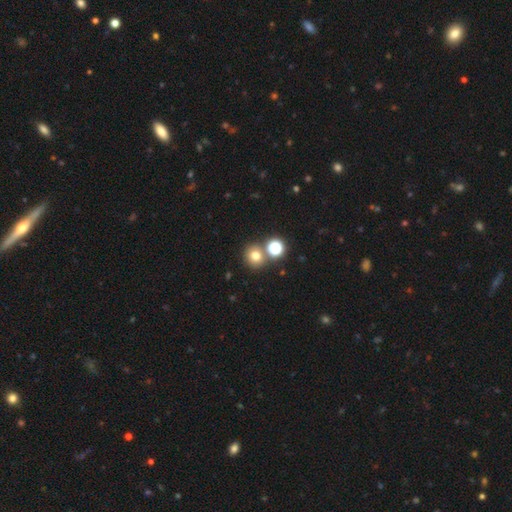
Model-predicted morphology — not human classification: Overall: smooth (73%). How rounded: round (89%). Merging: none (71%).